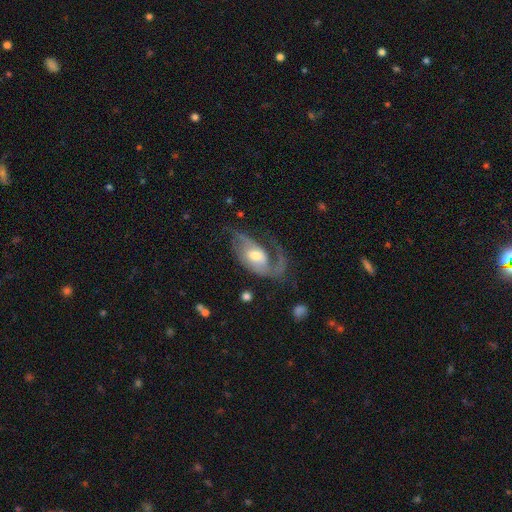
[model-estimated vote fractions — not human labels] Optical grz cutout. It shows a featured or disk galaxy (78%) with no bar (49%), 1 (46%) medium (42%) spiral arms (89%) and a moderate central bulge (61%). Merging: major disturbance (39%).